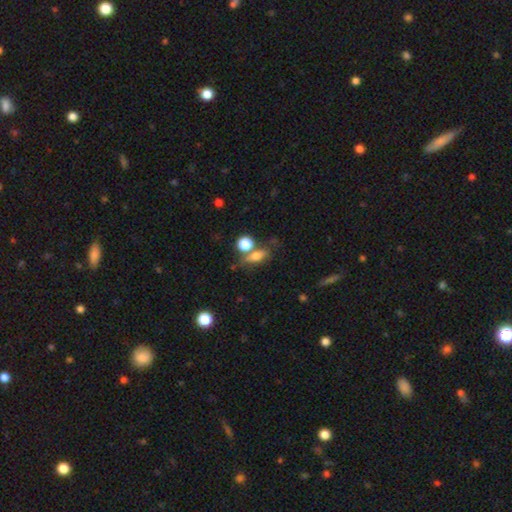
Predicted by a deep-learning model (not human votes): Q: Smooth or featured?
A: smooth (67%); runner-up: featured or disk (20%)
Q: How rounded?
A: in between (55%); runner-up: round (25%)
Q: Merging?
A: none (56%); runner-up: merger (23%)